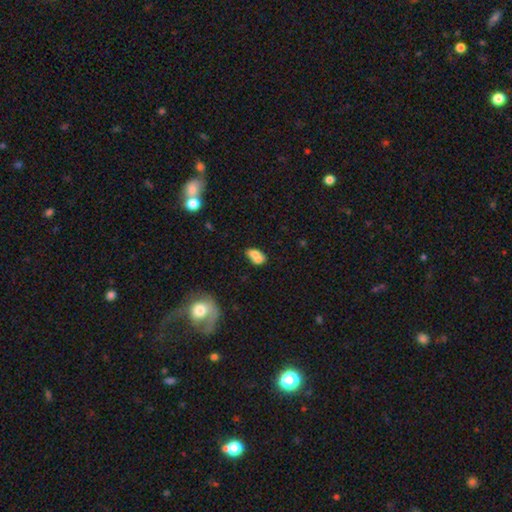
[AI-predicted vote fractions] This is likely a smooth galaxy (69%). How rounded: likely in between (76%). Merging: possibly merger (55%).